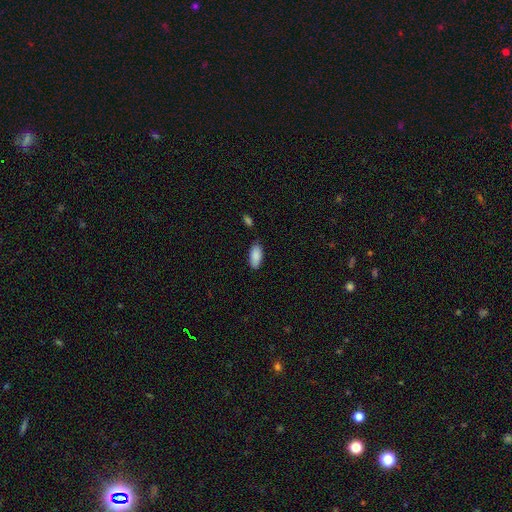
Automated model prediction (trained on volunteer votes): smooth_or_featured: smooth (p=0.88) [alt: star or artifact p=0.06]
how_rounded: in between (p=0.90) [alt: cigar-shaped p=0.08]
merging: none (p=0.77) [alt: minor disturbance p=0.16]